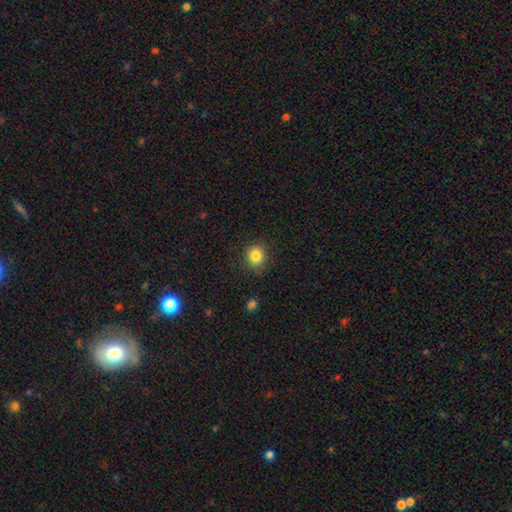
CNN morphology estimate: type=smooth (85%); roundness=round (80%); merging=none (85%).